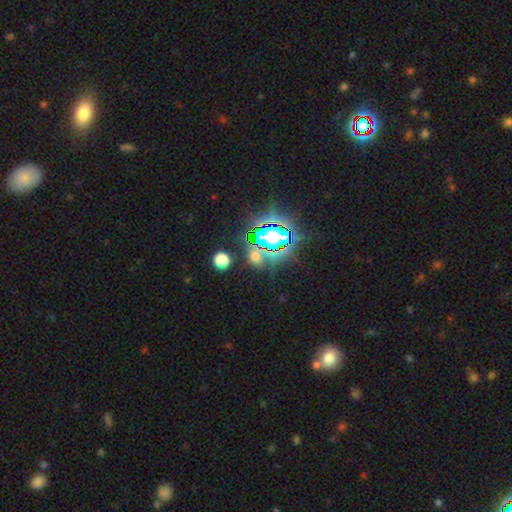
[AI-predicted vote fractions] Smooth or featured? Predicted: star or artifact (p=0.55).